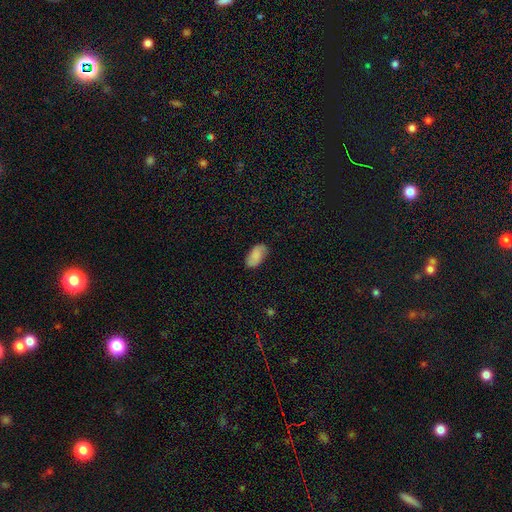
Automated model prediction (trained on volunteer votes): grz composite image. It shows a smooth galaxy with no disk features (79%) that is in between round and cigar-shaped (95%). Merging: none (80%).